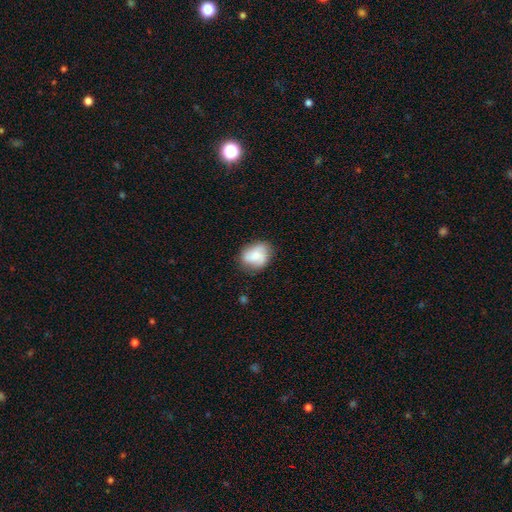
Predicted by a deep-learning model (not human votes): This appears to be a smooth galaxy with no disk features (65%) that is in between round and cigar-shaped (57%). Merging: none (67%).